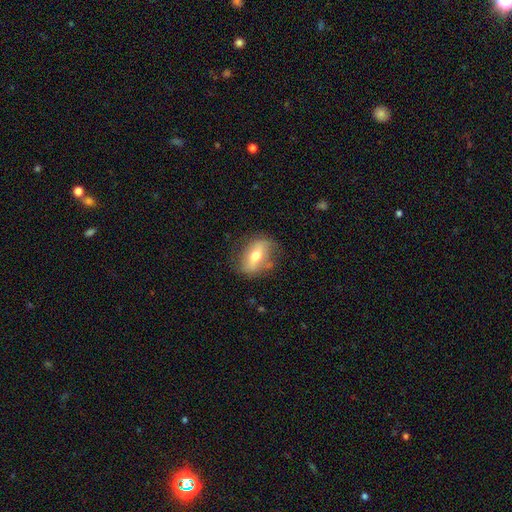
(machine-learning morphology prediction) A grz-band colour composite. It shows a smooth galaxy with no disk features (49%). Merging: none (73%).